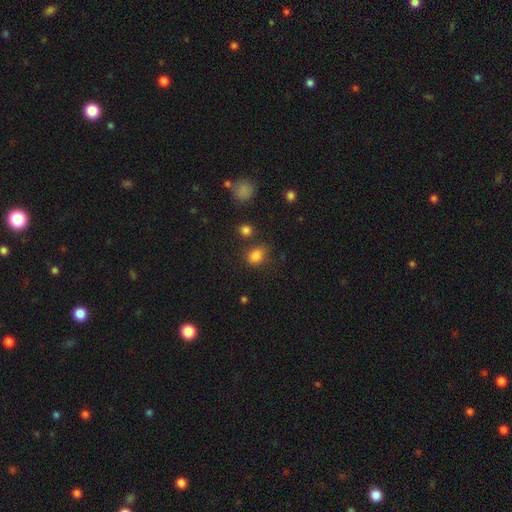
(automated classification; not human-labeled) Q: Smooth or featured?
A: smooth (83%); runner-up: star or artifact (12%)
Q: How rounded?
A: round (57%); runner-up: in between (42%)
Q: Merging?
A: none (68%); runner-up: minor disturbance (19%)